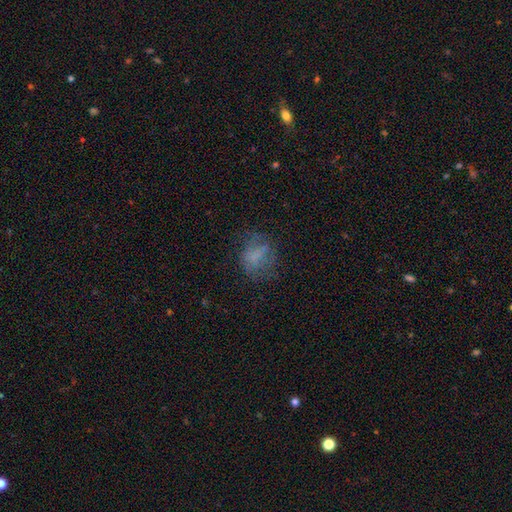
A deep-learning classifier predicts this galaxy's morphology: A smooth galaxy with no disk features (57%) that is round (55%).

Vote fractions:
- Smooth or featured? smooth: 57% / featured or disk: 27% / star or artifact: 16%
- How rounded? round: 55% / in between: 44% / cigar-shaped: 2%
- Merging? none: 58% / minor disturbance: 20% / major disturbance: 20% / merger: 2%